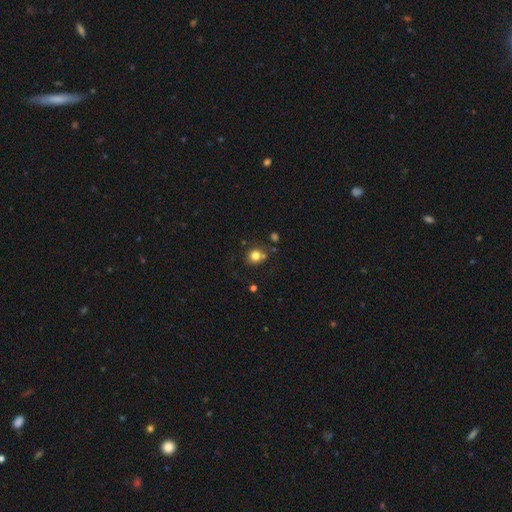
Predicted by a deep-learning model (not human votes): The model was most divided on "merging": none: 71%, merger: 13%, minor disturbance: 12%, major disturbance: 4%. More confident: how rounded — round (84%); smooth or featured — smooth (79%).